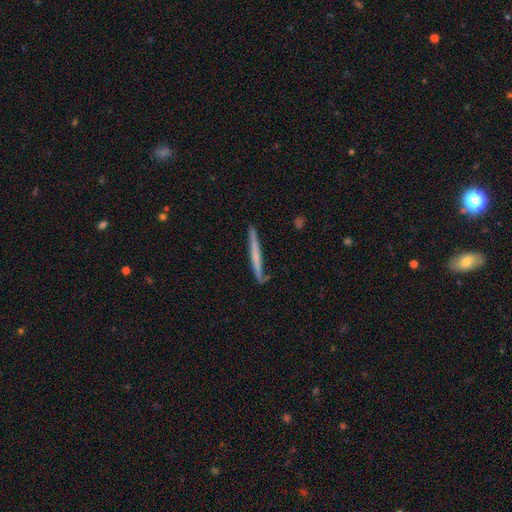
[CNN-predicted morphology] smooth-or-featured: smooth: 47% (tied) | featured or disk: 47% (tied) | star or artifact: 6%
  merging: none: 80% | minor disturbance: 15% | major disturbance: 3% | merger: 2%